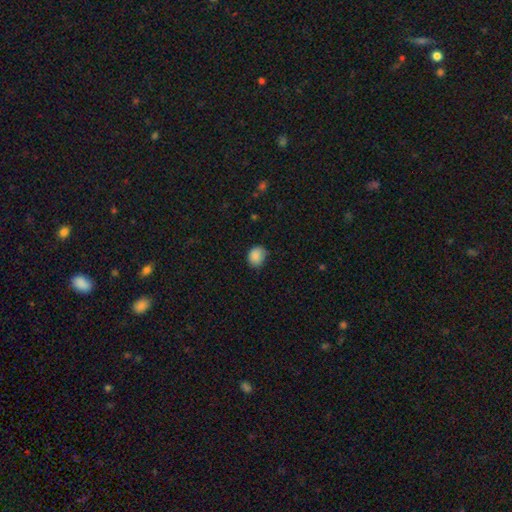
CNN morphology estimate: Q: Smooth or featured?
A: smooth (87%); runner-up: star or artifact (8%)
Q: How rounded?
A: round (54%); runner-up: in between (45%)
Q: Merging?
A: none (67%); runner-up: minor disturbance (27%)